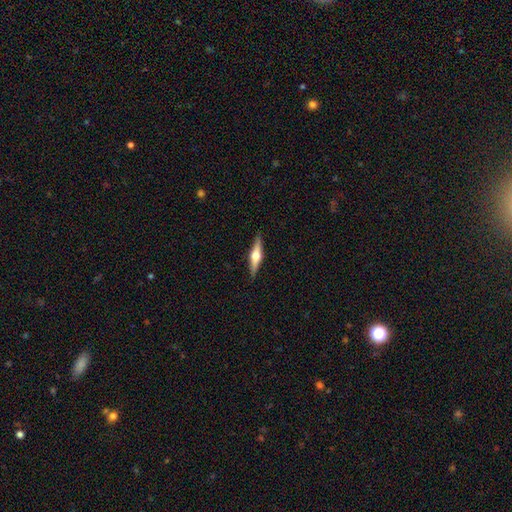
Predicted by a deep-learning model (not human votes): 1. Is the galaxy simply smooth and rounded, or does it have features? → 70% featured or disk, 24% smooth, 6% star or artifact.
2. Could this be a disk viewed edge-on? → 97% yes, 3% no.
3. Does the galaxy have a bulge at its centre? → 95% rounded, 3% boxy, 2% none.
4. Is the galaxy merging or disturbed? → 91% none, 7% minor disturbance, 1% major disturbance, 1% merger.